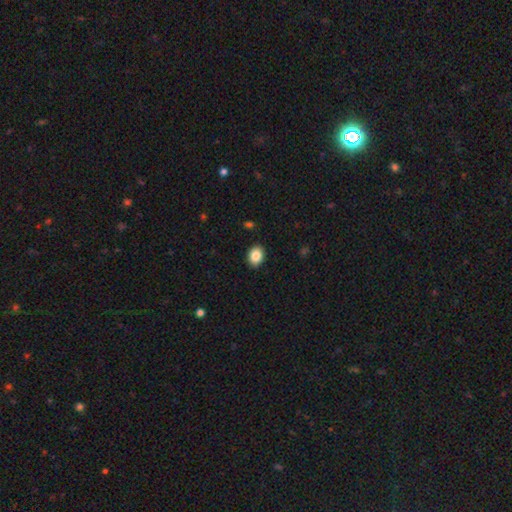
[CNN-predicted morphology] Overall: smooth (86%). How rounded: in between (62%; round 37%). Merging: none (90%).